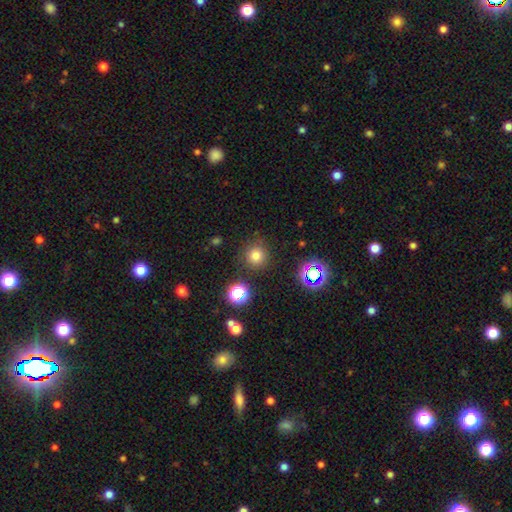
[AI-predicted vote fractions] Q: Smooth or featured?
A: smooth (73%); runner-up: star or artifact (20%)
Q: How rounded?
A: round (94%); runner-up: in between (5%)
Q: Merging?
A: none (85%); runner-up: minor disturbance (8%)